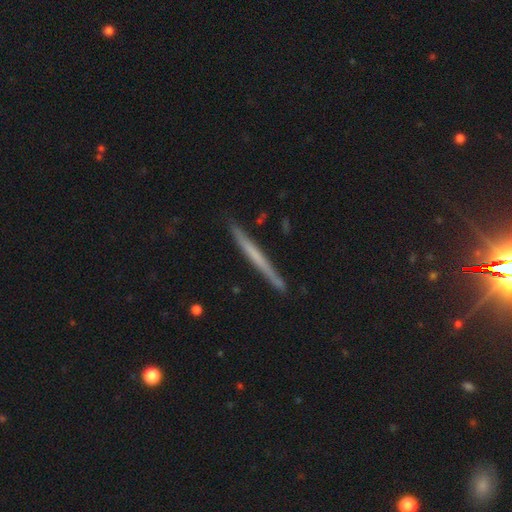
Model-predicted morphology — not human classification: Smooth or featured: featured or disk — 51% (smooth — 43%)
Edge-on disk: yes — 97% (no — 3%)
Merging: none — 90% (minor disturbance — 8%)